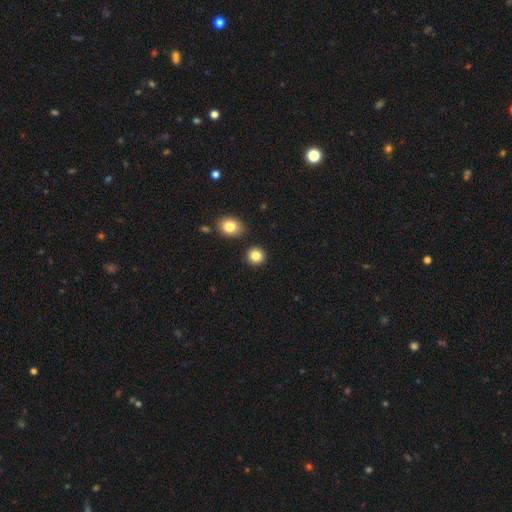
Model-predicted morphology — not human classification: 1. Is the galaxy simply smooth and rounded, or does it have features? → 84% smooth, 11% star or artifact, 5% featured or disk.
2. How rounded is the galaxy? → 92% round, 7% in between, 1% cigar-shaped.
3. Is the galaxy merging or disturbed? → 90% none, 5% minor disturbance, 3% merger, 2% major disturbance.